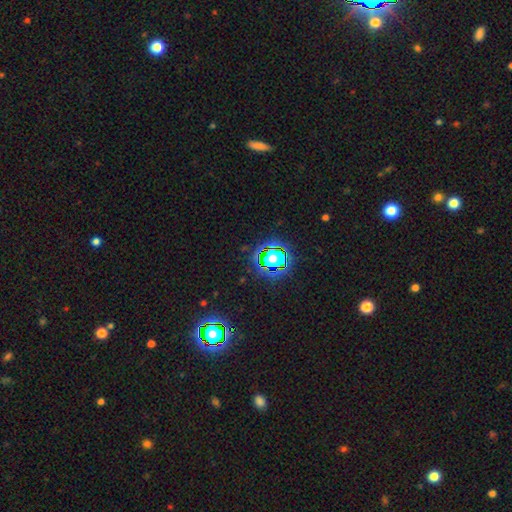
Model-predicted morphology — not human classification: star or artifact 76%, smooth 16%, featured or disk 9%.